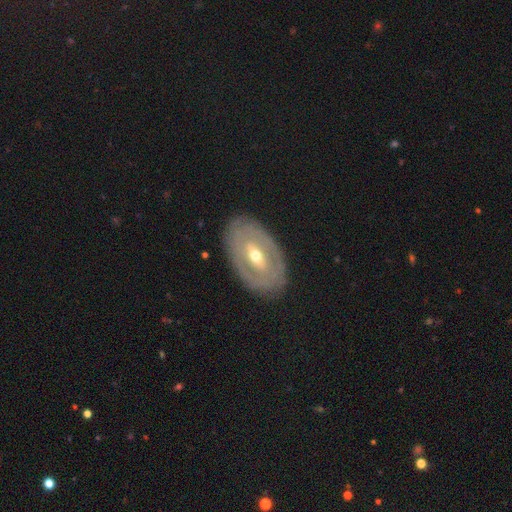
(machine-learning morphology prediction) type=featured or disk (76%); edge-on=no (91%); bar=weak (40%); spiral arms=no (52%); bulge=moderate (60%); merging=none (84%).